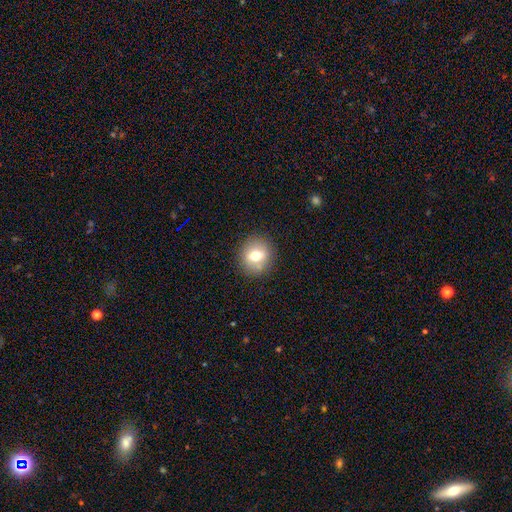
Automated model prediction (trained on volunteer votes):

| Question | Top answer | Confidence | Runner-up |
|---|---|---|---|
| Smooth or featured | smooth | 68% | featured or disk (22%) |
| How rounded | round | 81% | in between (18%) |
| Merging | none | 86% | minor disturbance (9%) |